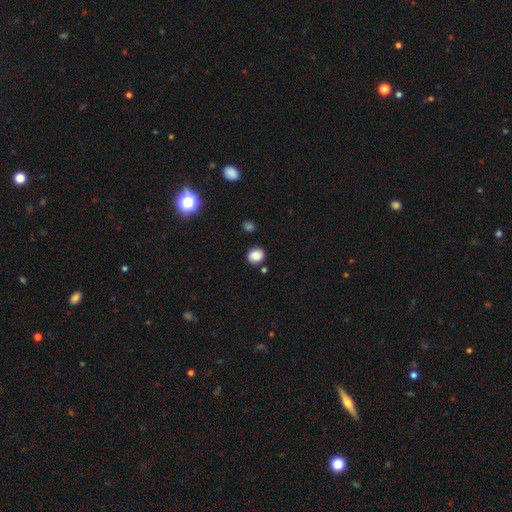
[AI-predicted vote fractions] Q: Smooth or featured?
A: smooth (83%); runner-up: star or artifact (10%)
Q: How rounded?
A: round (75%); runner-up: in between (24%)
Q: Merging?
A: none (82%); runner-up: minor disturbance (11%)